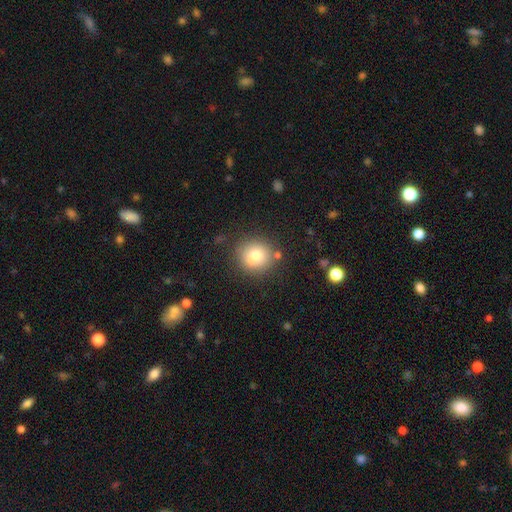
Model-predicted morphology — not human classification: smooth 77%, star or artifact 11%, featured or disk 11%. Down the decision tree: how rounded — round (90%); merging — none (82%).